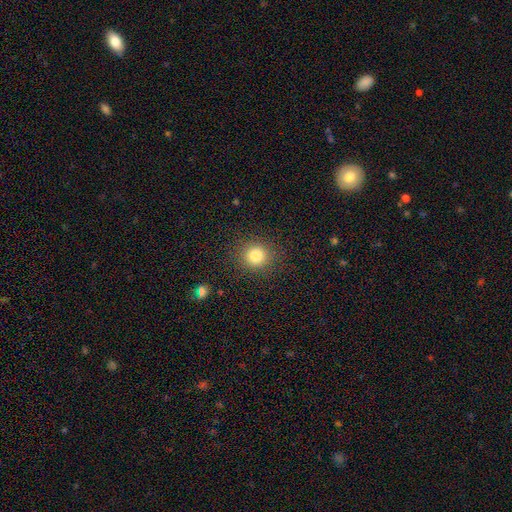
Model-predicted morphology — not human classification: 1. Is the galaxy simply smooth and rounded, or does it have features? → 82% smooth, 12% star or artifact, 6% featured or disk.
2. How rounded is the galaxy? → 89% round, 10% in between, 1% cigar-shaped.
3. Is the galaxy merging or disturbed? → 88% none, 8% minor disturbance, 3% major disturbance, 1% merger.